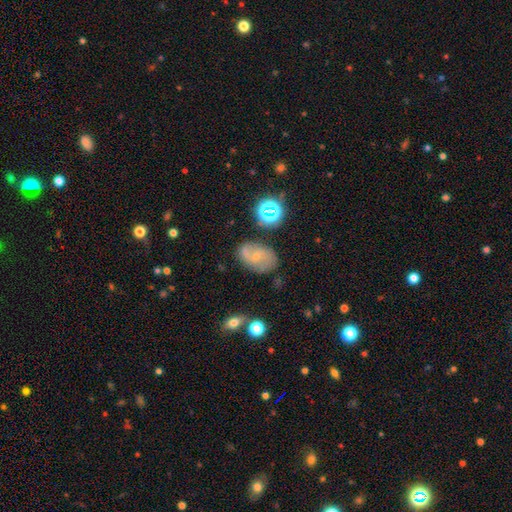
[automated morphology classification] Smooth or featured: featured or disk — 55% (smooth — 32%)
Edge-on disk: no — 96% (yes — 4%)
Bar: no — 53% (weak — 38%)
Spiral arms: yes — 84% (no — 16%)
Bulge size: small — 71% (moderate — 16%)
Merging: none — 70% (minor disturbance — 19%)